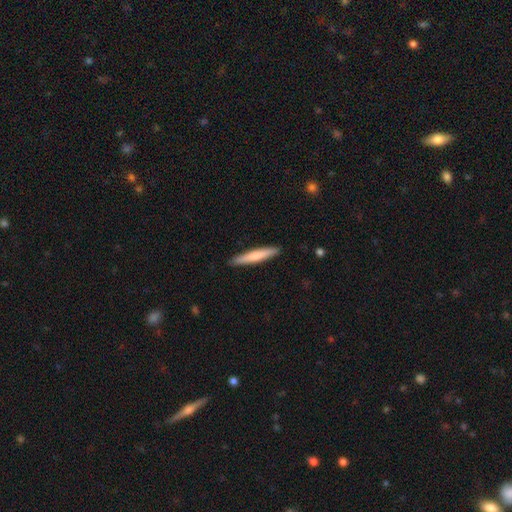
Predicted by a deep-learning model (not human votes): smooth-or-featured: smooth: 68% | featured or disk: 27% | star or artifact: 5%
  how-rounded: cigar-shaped: 94% | in between: 5% | round: 1%
  merging: none: 91% | minor disturbance: 7% | major disturbance: 1% | merger: 1%